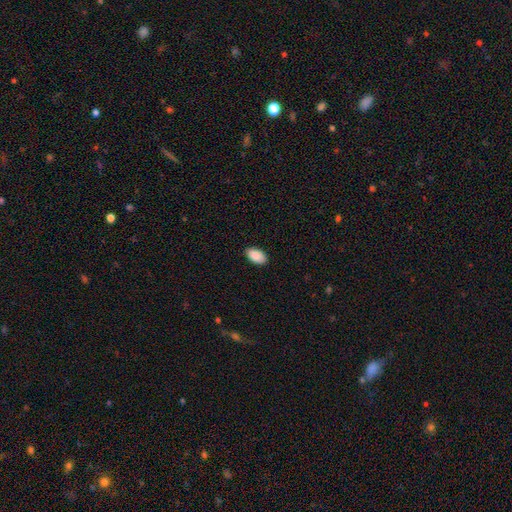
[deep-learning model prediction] smooth 91%, star or artifact 6%, featured or disk 3%. Down the decision tree: how rounded — in between (95%); merging — none (89%).